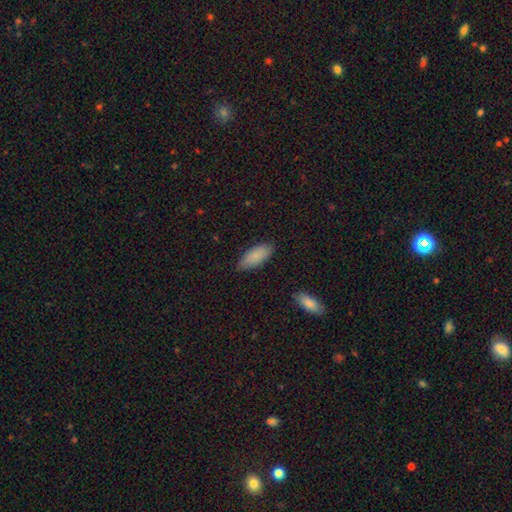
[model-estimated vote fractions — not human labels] A smooth galaxy with no disk features (87%) that is in between round and cigar-shaped (81%). Merging: none (84%).